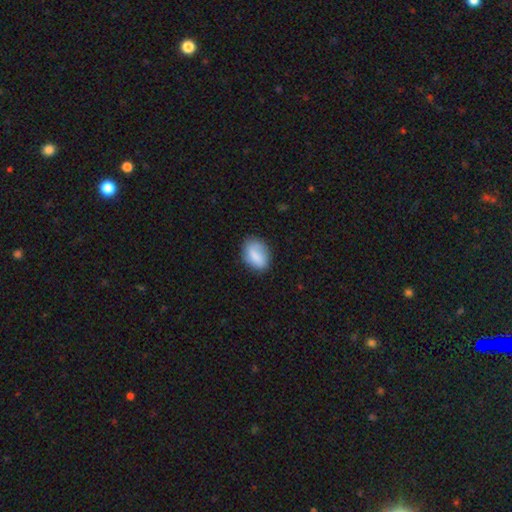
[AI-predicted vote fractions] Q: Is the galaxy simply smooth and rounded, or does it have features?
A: smooth — 78%.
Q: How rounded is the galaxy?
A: in between — 81%.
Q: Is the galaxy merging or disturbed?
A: none — 74%.